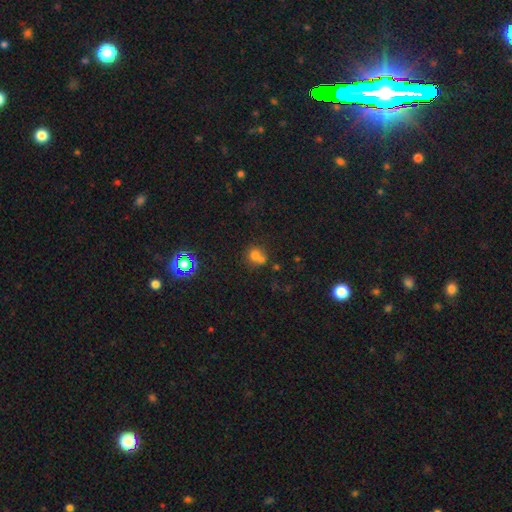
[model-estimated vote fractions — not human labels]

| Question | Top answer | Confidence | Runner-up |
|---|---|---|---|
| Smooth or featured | smooth | 69% | star or artifact (18%) |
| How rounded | round | 84% | in between (15%) |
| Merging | merger | 44% | none (43%) |